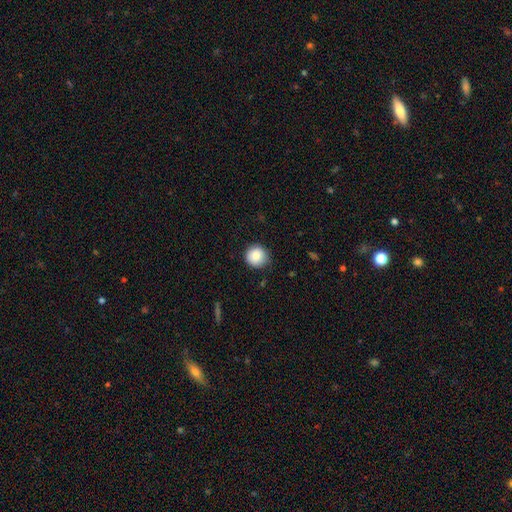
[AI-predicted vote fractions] Smooth or featured?
  - smooth: 87% *
  - star or artifact: 8%
  - featured or disk: 5%
How rounded?
  - round: 92% *
  - in between: 7%
  - cigar-shaped: 1%
Merging?
  - none: 82% *
  - minor disturbance: 14%
  - major disturbance: 3%
  - merger: 1%